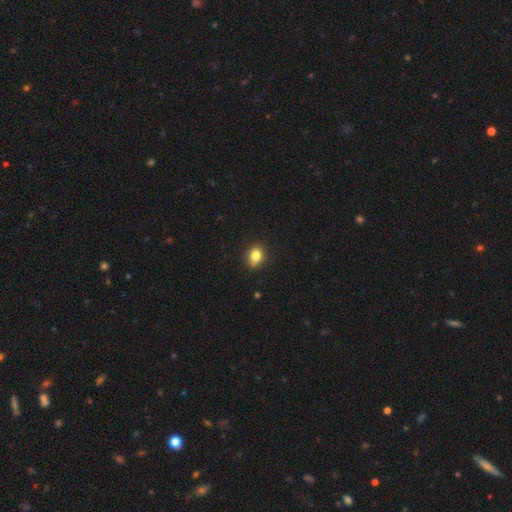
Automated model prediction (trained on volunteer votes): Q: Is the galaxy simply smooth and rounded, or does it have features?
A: smooth — 83%.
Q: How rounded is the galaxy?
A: in between — 62%.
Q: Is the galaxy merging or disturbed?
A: none — 84%.